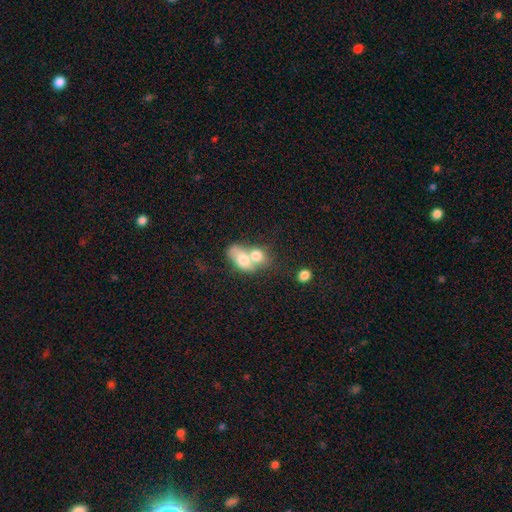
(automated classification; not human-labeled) The model was most divided on "how rounded": in between: 66%, round: 32%, cigar-shaped: 3%. More confident: merging — merger (77%); smooth or featured — smooth (69%).